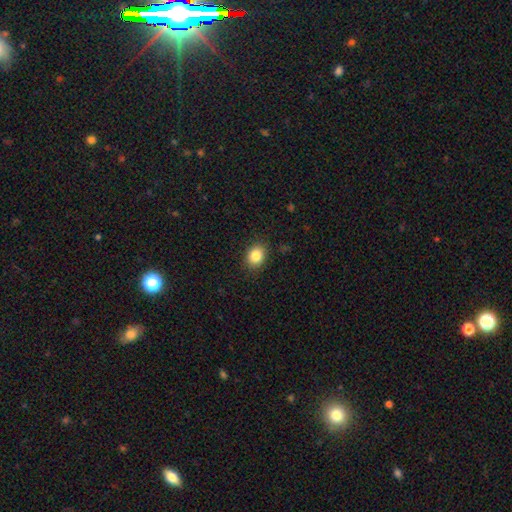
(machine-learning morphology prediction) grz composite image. It shows a smooth galaxy with no disk features (85%) that is in between round and cigar-shaped (52%). Merging: none (87%).